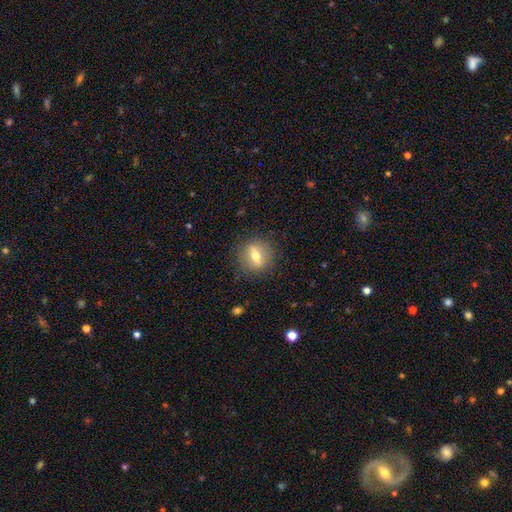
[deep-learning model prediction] Overall: smooth (49%; featured or disk 42%). Merging: none (86%).